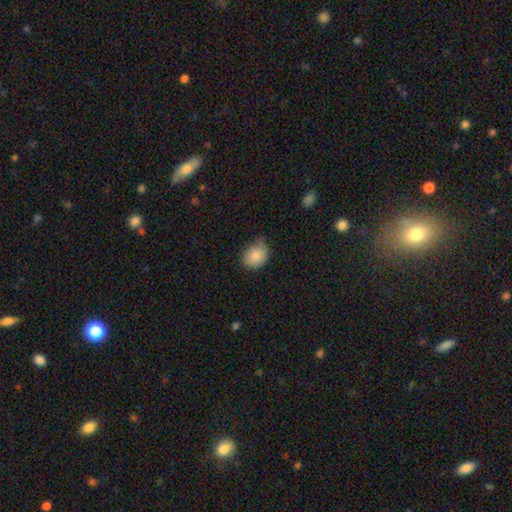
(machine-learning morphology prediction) smooth 85%, star or artifact 8%, featured or disk 6%. Down the decision tree: how rounded — in between (60%); merging — none (60%).